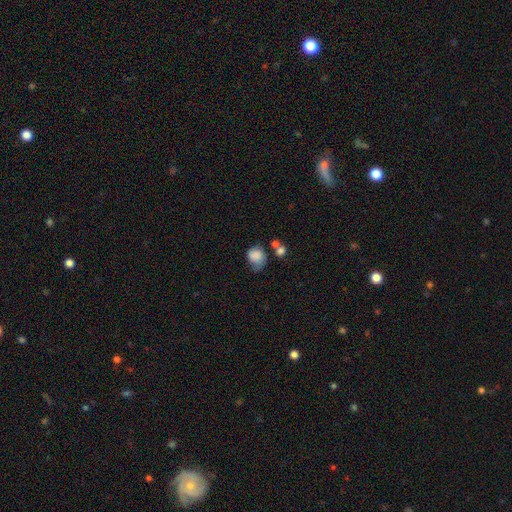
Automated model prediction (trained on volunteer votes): smooth-or-featured: smooth: 80% | featured or disk: 11% | star or artifact: 9%
  how-rounded: round: 61% | in between: 38% | cigar-shaped: 1%
  merging: none: 36% | minor disturbance: 32% | major disturbance: 18% | merger: 14%